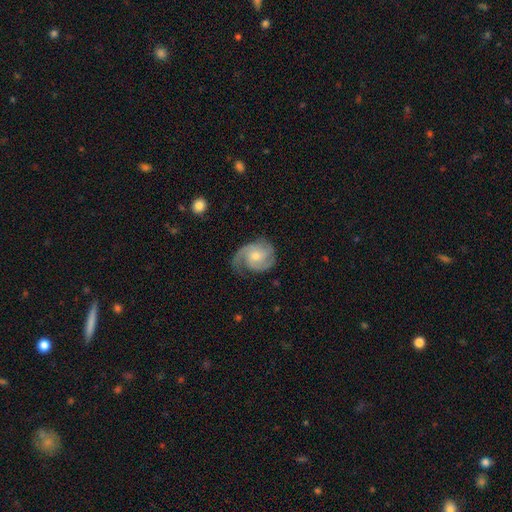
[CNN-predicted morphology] type=featured or disk (86%); edge-on=no (98%); bar=no (66%); spiral arms=yes (97%); winding=medium (44%, tied with tight); arm count=2 (55%); bulge=moderate (48%); merging=none (67%).